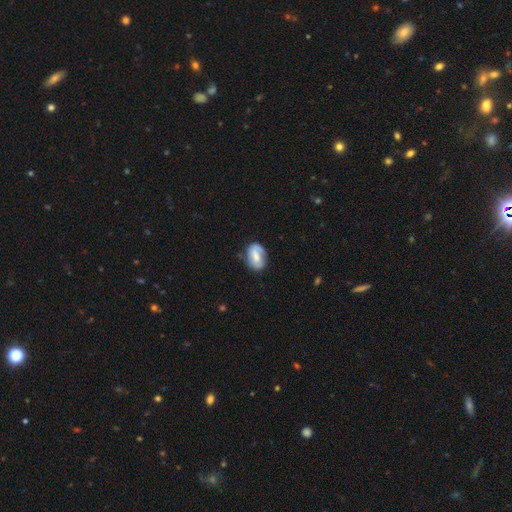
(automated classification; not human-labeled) Smooth or featured?
  - smooth: 50% *
  - featured or disk: 43%
  - star or artifact: 7%
Merging?
  - none: 67% *
  - minor disturbance: 23%
  - major disturbance: 7%
  - merger: 2%